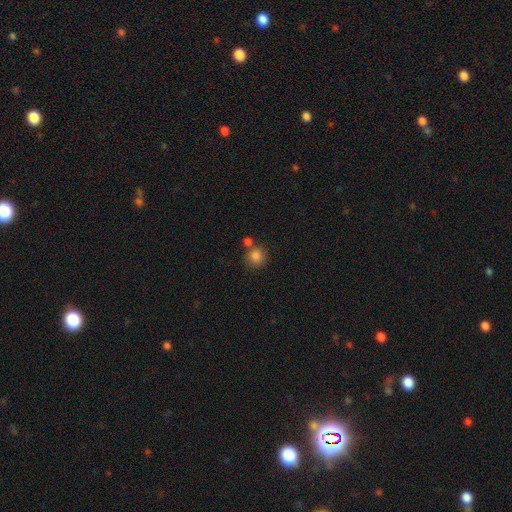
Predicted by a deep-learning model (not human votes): Morphology: type=smooth (83%); roundness=round (88%); merging=none (66%).